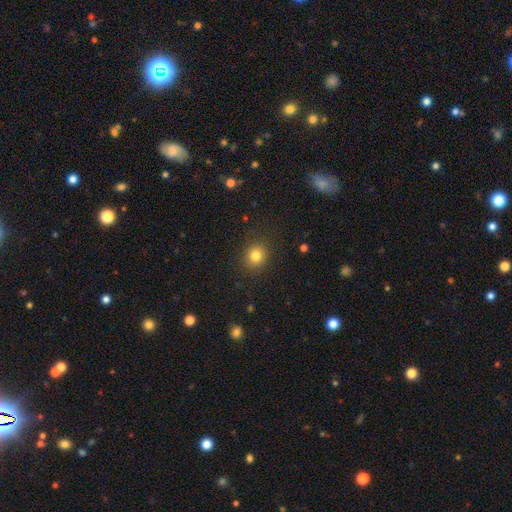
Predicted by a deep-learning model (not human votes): smooth-or-featured: smooth: 81% | star or artifact: 13% | featured or disk: 6%
  how-rounded: round: 82% | in between: 17% | cigar-shaped: 1%
  merging: none: 88% | minor disturbance: 8% | major disturbance: 3% | merger: 1%